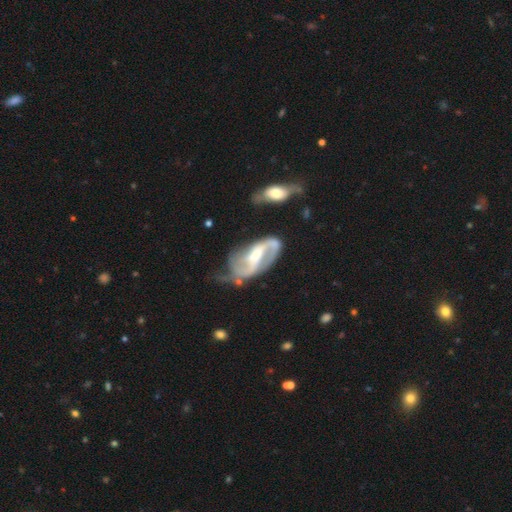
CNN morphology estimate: A featured or disk galaxy (86%) with a weak bar (42%), 2 (84%) medium (46%) spiral arms (92%) and a moderate central bulge (49%). Merging: none (45%).